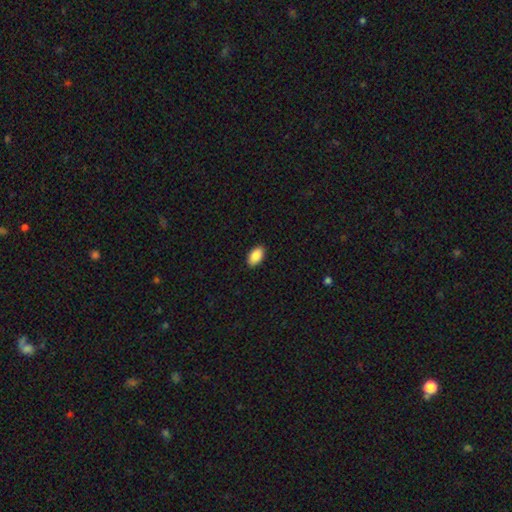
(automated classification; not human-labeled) A smooth galaxy with no disk features (89%) that is in between round and cigar-shaped (94%). Merging: none (90%).